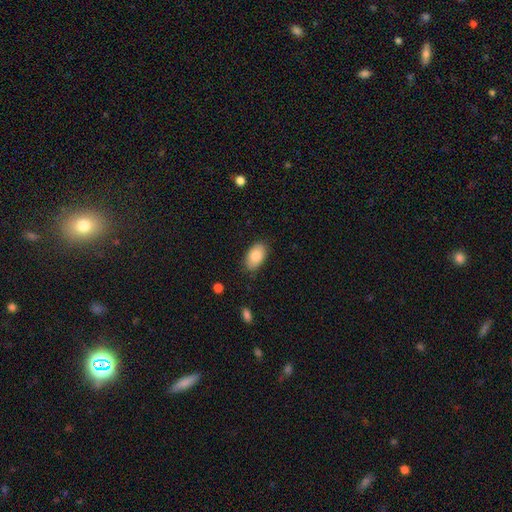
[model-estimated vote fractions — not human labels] This is clearly a smooth galaxy (85%). How rounded: clearly in between (93%). Merging: clearly none (82%).